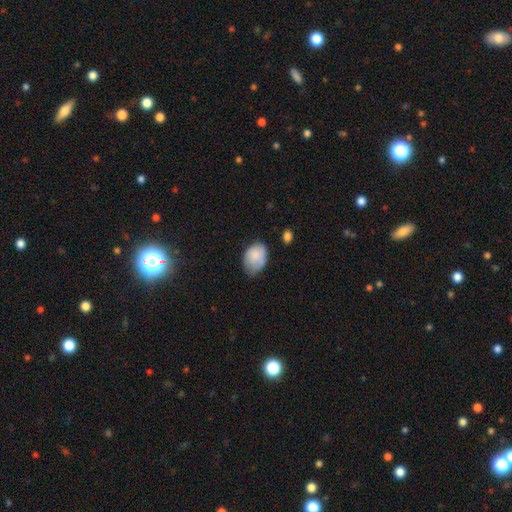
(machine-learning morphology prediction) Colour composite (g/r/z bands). It shows a smooth galaxy with no disk features (79%) that is in between round and cigar-shaped (77%). Merging: none (52%).